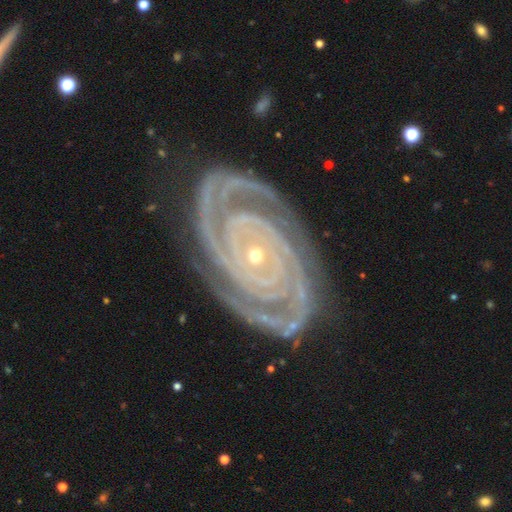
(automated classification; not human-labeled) smooth-or-featured: featured or disk: 94% | star or artifact: 4% | smooth: 2%
  disk-edge-on: no: 97% | yes: 3%
    bar: no: 74% | weak: 14% | strong: 12%
    has-spiral-arms: yes: 99% | no: 1%
      spiral-winding: tight: 87% | medium: 11% | loose: 2%
      spiral-arm-count: 2: 62% | 3: 14% | can't tell: 7% | 4: 7% | more than 4: 5% | 1: 5%
    bulge-size: small: 78% | moderate: 19% | large: 1% | none: 1% | dominant: 1%
  merging: none: 77% | minor disturbance: 15% | major disturbance: 5% | merger: 2%